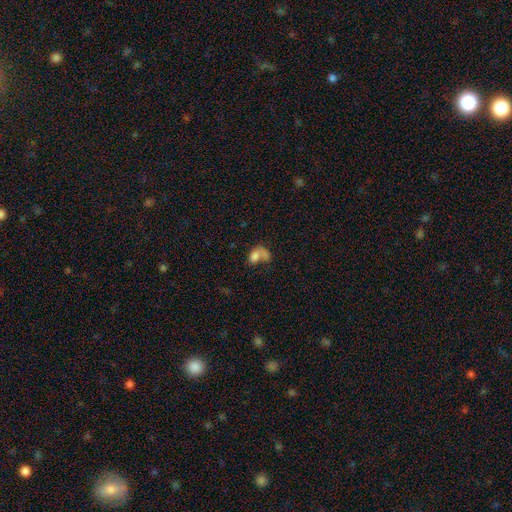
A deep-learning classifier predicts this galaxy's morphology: smooth-or-featured: smooth: 64% | featured or disk: 25% | star or artifact: 11%
  how-rounded: in between: 79% | round: 19% | cigar-shaped: 2%
  merging: merger: 37% | major disturbance: 26% | none: 24% | minor disturbance: 12%